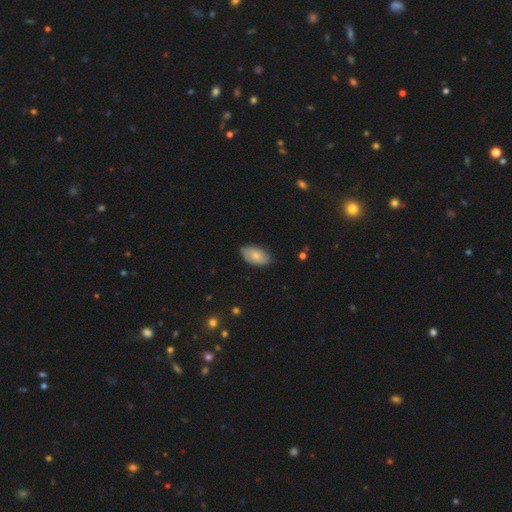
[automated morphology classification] This appears to be a smooth galaxy with no disk features (72%) that is in between round and cigar-shaped (94%). Merging: none (78%).